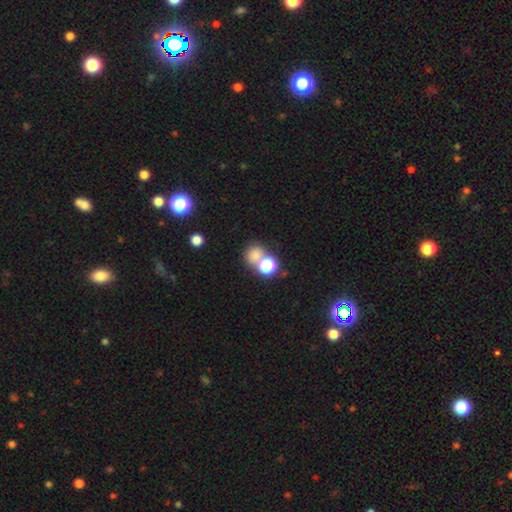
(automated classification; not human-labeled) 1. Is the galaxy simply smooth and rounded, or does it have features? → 70% smooth, 21% star or artifact, 9% featured or disk.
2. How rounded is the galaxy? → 75% round, 24% in between, 1% cigar-shaped.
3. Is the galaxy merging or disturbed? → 48% none, 37% merger, 9% minor disturbance, 5% major disturbance.